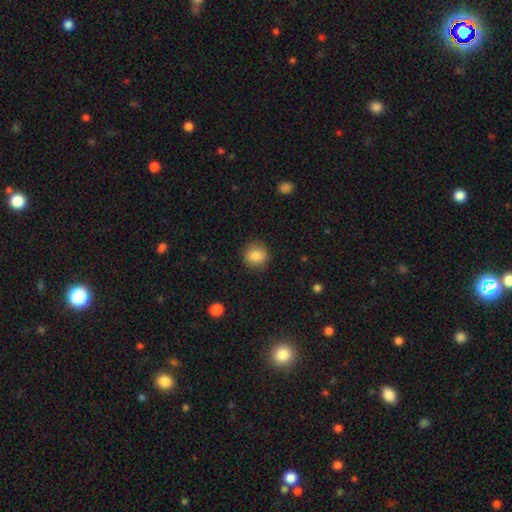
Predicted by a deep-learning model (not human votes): Smooth or featured?
  - smooth: 86% *
  - star or artifact: 9%
  - featured or disk: 6%
How rounded?
  - round: 89% *
  - in between: 10%
  - cigar-shaped: 1%
Merging?
  - none: 86% *
  - minor disturbance: 10%
  - major disturbance: 3%
  - merger: 1%